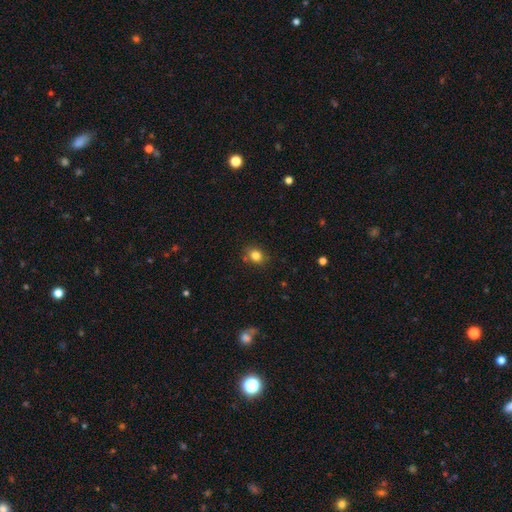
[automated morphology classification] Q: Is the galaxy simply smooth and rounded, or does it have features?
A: smooth — 82%.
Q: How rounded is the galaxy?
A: round — 64%.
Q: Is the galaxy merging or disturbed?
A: none — 81%.